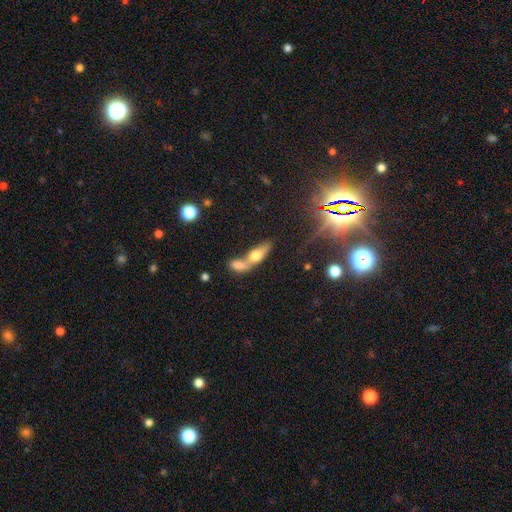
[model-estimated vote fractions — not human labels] smooth 63%, featured or disk 26%, star or artifact 11%. Down the decision tree: how rounded — in between (67%); merging — merger (70%).